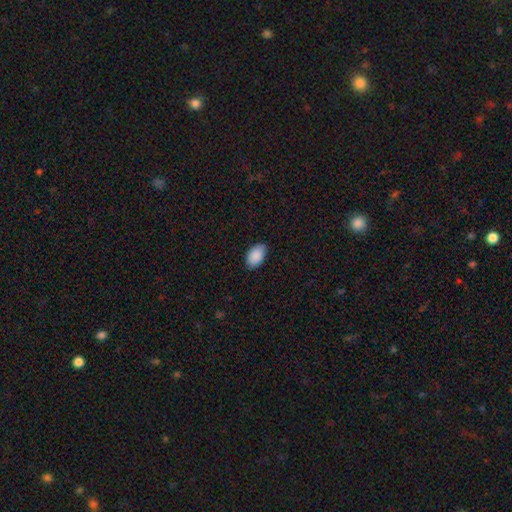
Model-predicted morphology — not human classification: smooth-or-featured: smooth: 90% | star or artifact: 6% | featured or disk: 3%
  how-rounded: in between: 92% | round: 7% | cigar-shaped: 1%
  merging: none: 85% | minor disturbance: 12% | major disturbance: 2% | merger: 1%